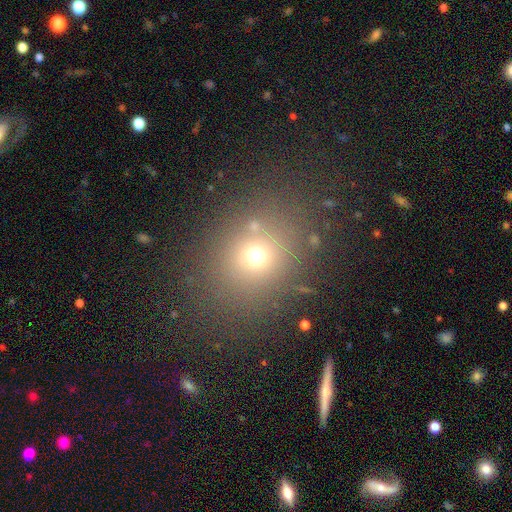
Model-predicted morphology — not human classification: Q: Smooth or featured?
A: smooth (67%); runner-up: star or artifact (23%)
Q: How rounded?
A: round (79%); runner-up: in between (20%)
Q: Merging?
A: none (79%); runner-up: minor disturbance (10%)